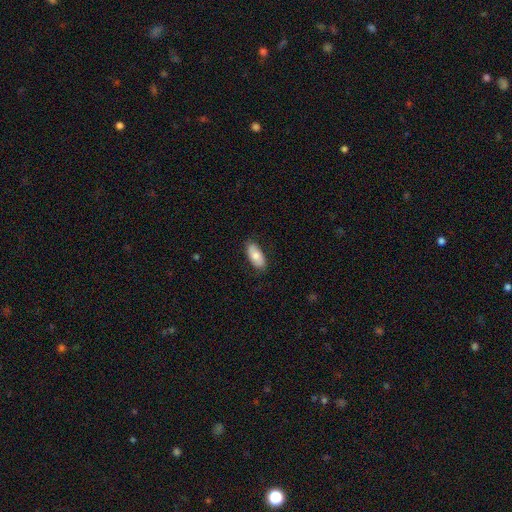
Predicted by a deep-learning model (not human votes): Morphology: type=smooth (75%); roundness=in between (92%); merging=none (82%).